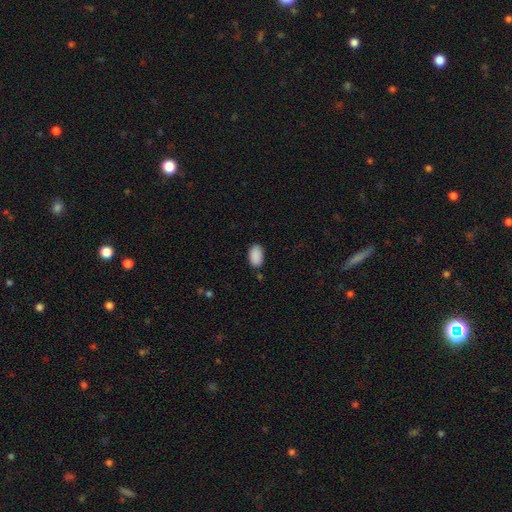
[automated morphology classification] Smooth or featured? smooth (90%)
How rounded? in between (94%)
Merging? none (85%)